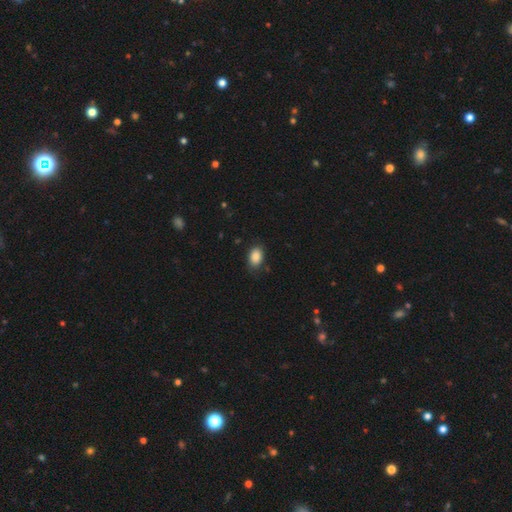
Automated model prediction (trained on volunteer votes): This is clearly a smooth galaxy (88%). How rounded: clearly in between (85%). Merging: clearly none (81%).